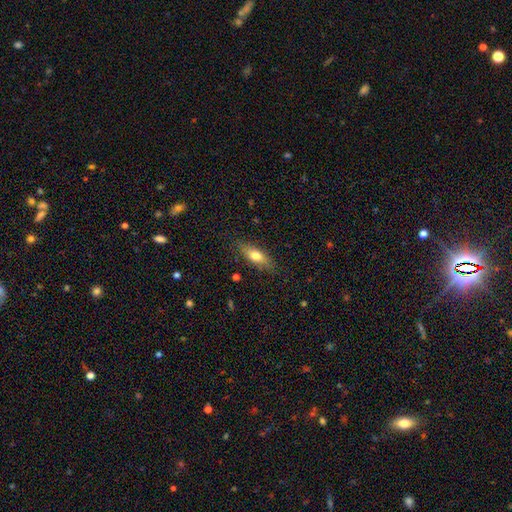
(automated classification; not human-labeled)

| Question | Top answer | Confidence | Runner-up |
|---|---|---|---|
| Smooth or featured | smooth | 67% | featured or disk (26%) |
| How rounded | in between | 62% | cigar-shaped (35%) |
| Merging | none | 82% | minor disturbance (13%) |